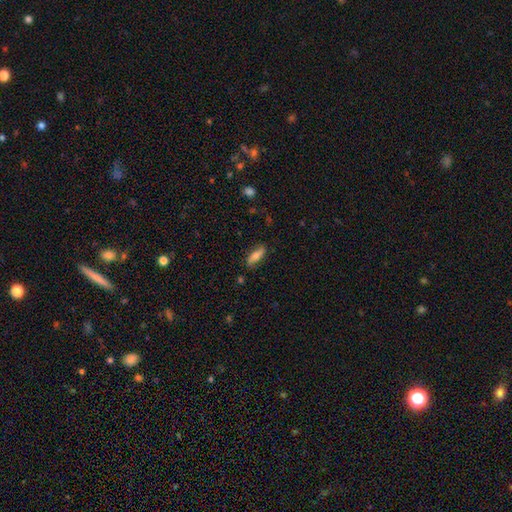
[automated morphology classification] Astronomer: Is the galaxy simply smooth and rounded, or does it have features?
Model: smooth — 71%.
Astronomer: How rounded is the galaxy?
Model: in between — 61% (runner-up: cigar-shaped, 36%).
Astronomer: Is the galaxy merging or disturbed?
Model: none — 82%.